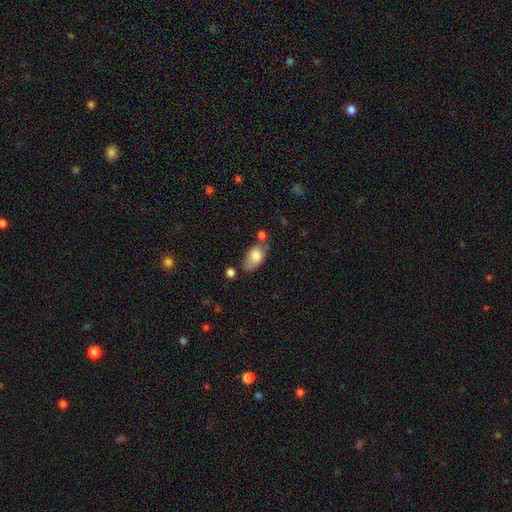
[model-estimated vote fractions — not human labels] A smooth galaxy with no disk features (79%) that is in between round and cigar-shaped (90%). Merging: none (46%).